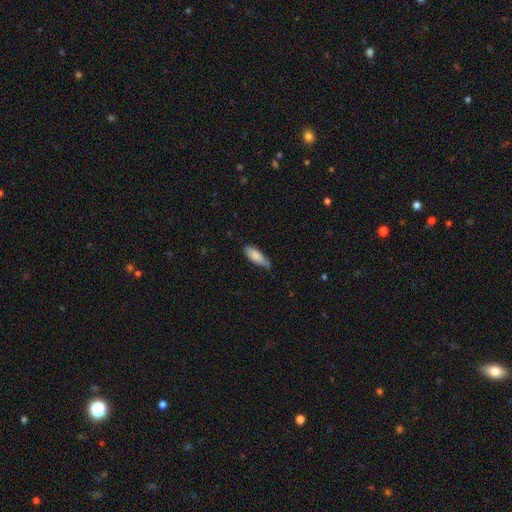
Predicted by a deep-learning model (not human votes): Morphology: type=smooth (85%); roundness=in between (62%); merging=none (54%).